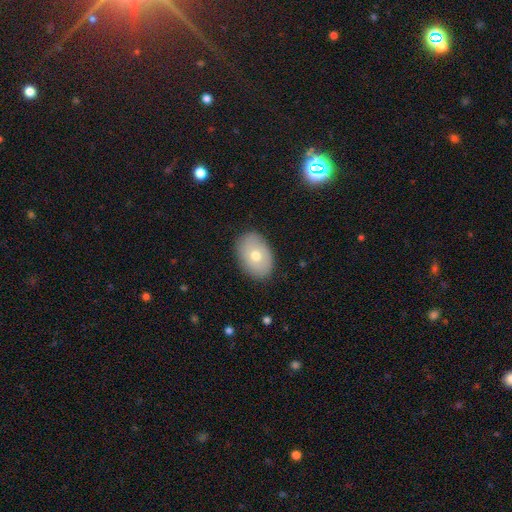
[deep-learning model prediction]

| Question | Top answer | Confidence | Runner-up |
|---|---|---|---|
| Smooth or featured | smooth | 69% | featured or disk (24%) |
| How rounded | in between | 82% | round (17%) |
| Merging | none | 85% | minor disturbance (11%) |